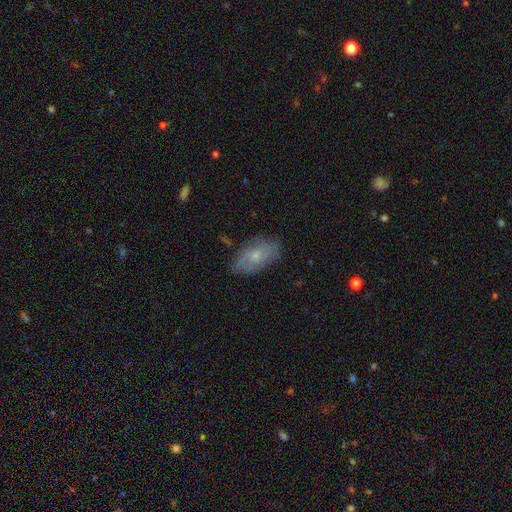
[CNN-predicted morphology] Overall: featured or disk (48%; smooth 44%). Merging: none (71%).